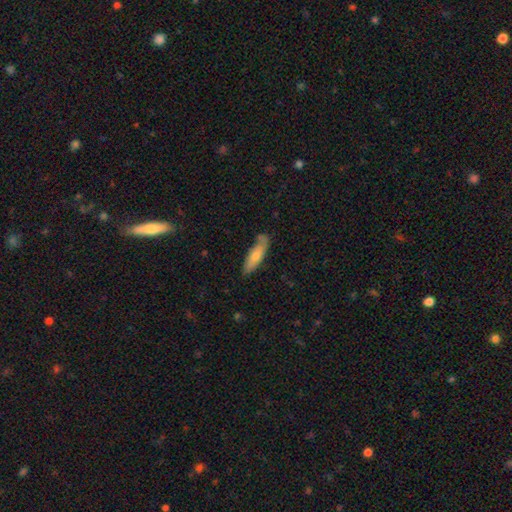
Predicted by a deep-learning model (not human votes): This appears to be a smooth galaxy with no disk features (62%) that is cigar-shaped (66%). Merging: none (76%).